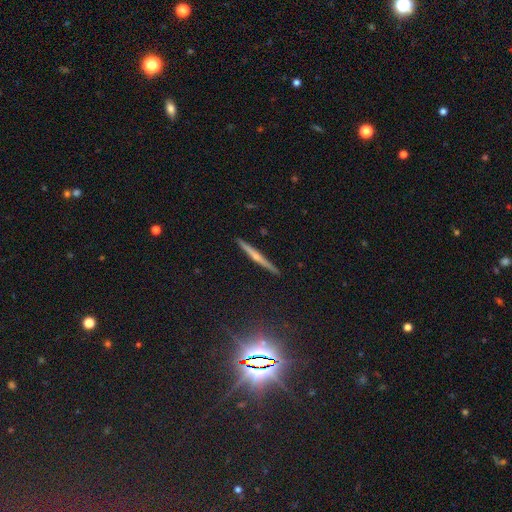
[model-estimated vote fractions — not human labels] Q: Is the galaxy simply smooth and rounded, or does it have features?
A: featured or disk — 63%.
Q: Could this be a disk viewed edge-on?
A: yes — 98%.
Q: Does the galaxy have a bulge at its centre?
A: rounded — 63%.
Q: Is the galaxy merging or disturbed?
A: none — 92%.